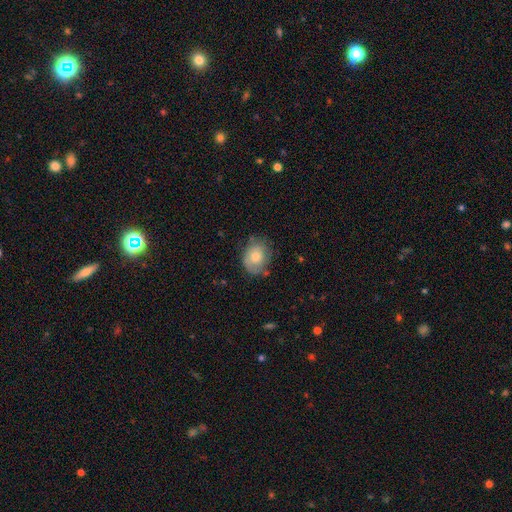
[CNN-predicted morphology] type=smooth (69%); roundness=in between (52%); merging=none (65%).